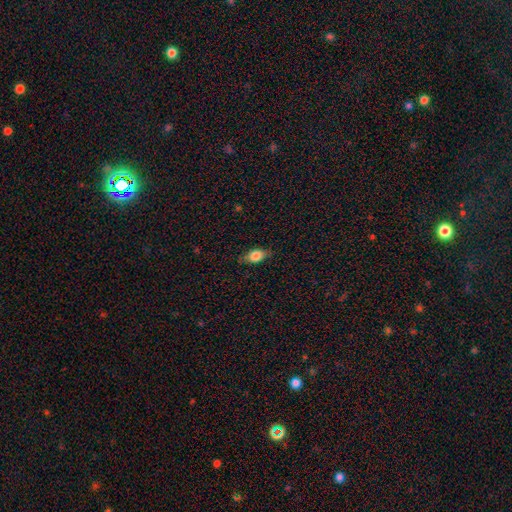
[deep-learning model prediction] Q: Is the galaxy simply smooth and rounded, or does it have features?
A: smooth — 79%.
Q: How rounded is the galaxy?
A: in between — 82%.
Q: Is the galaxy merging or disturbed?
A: none — 78%.